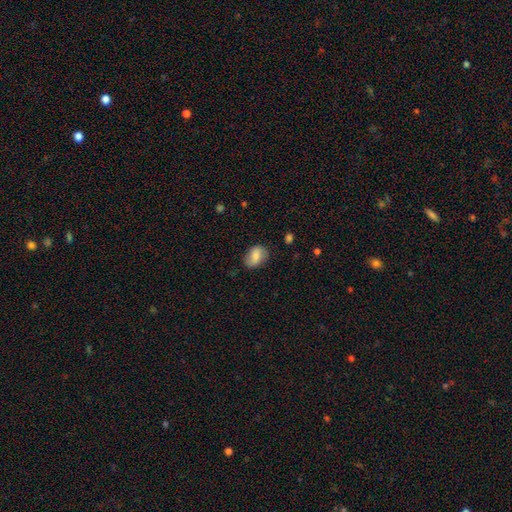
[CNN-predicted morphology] Smooth or featured? Predicted: smooth (p=0.73). How rounded? Predicted: in between (p=0.76). Merging? Predicted: none (p=0.76).